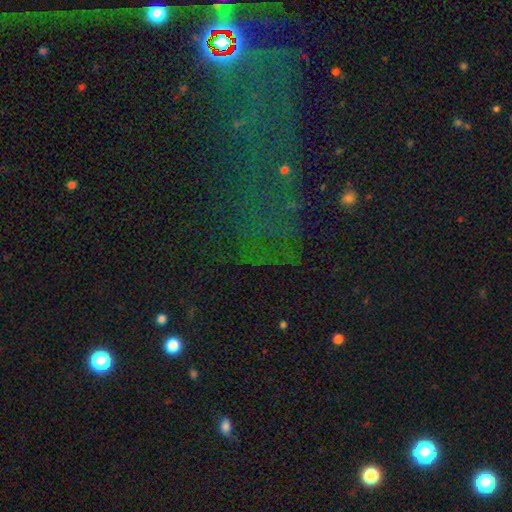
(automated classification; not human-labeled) A star or artifact, not a galaxy (64%).